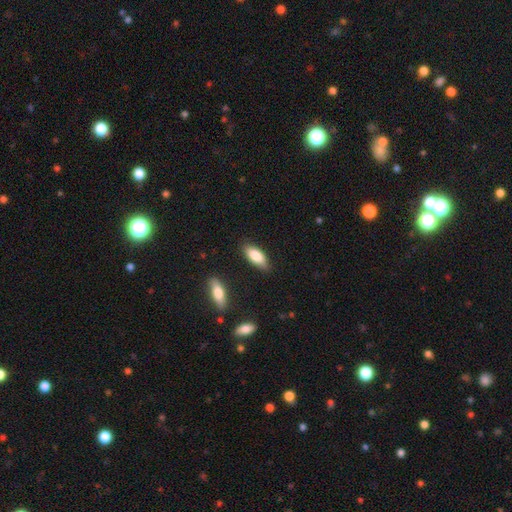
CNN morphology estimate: Q: Smooth or featured?
A: smooth (85%); runner-up: featured or disk (9%)
Q: How rounded?
A: in between (81%); runner-up: cigar-shaped (17%)
Q: Merging?
A: none (81%); runner-up: minor disturbance (14%)